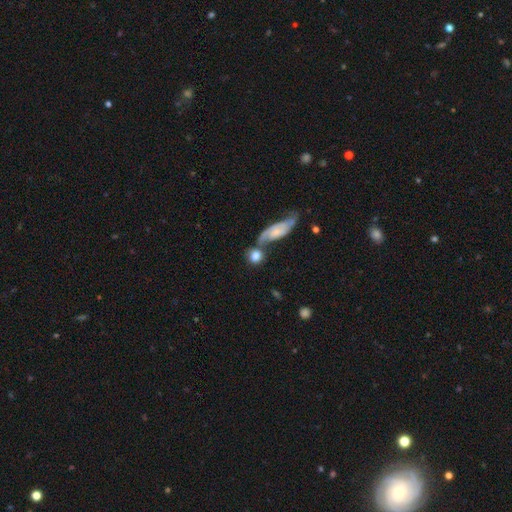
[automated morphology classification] Smooth or featured?
  - smooth: 74% *
  - featured or disk: 18%
  - star or artifact: 8%
How rounded?
  - round: 79% *
  - in between: 17%
  - cigar-shaped: 4%
Merging?
  - none: 45% *
  - merger: 35%
  - minor disturbance: 13%
  - major disturbance: 7%